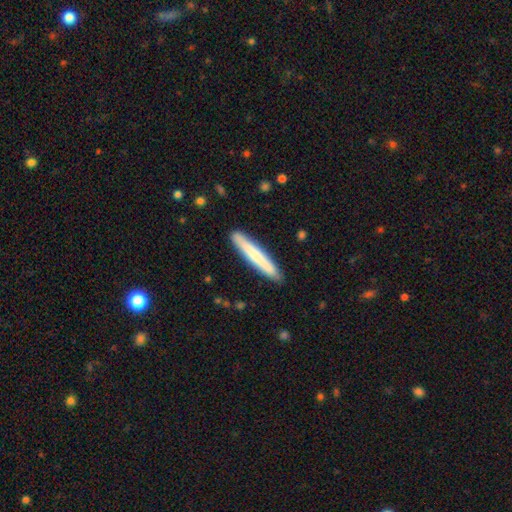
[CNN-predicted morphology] smooth 69%, featured or disk 26%, star or artifact 5%. Down the decision tree: how rounded — cigar-shaped (95%); merging — none (89%).